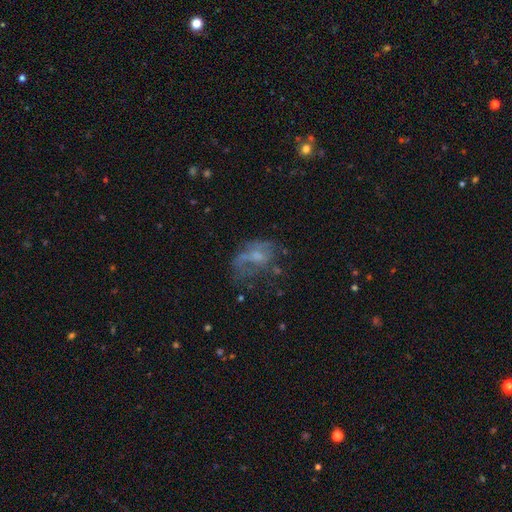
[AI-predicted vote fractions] This is possibly a featured or disk galaxy (52%). It is clearly not viewed edge-on (96%). Merging: marginally major disturbance (42%).